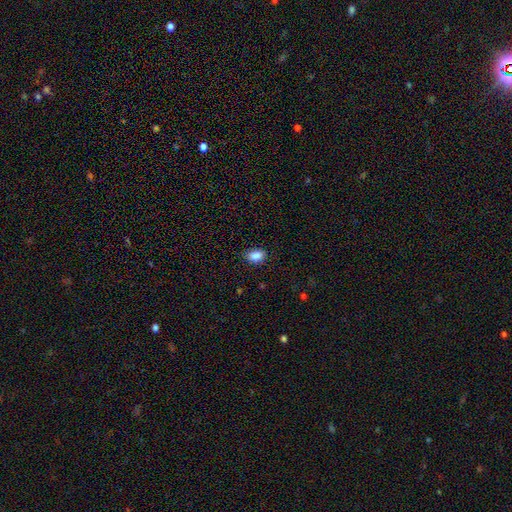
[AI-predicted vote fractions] Q: Smooth or featured?
A: smooth (88%); runner-up: star or artifact (9%)
Q: How rounded?
A: in between (85%); runner-up: round (14%)
Q: Merging?
A: none (85%); runner-up: minor disturbance (12%)